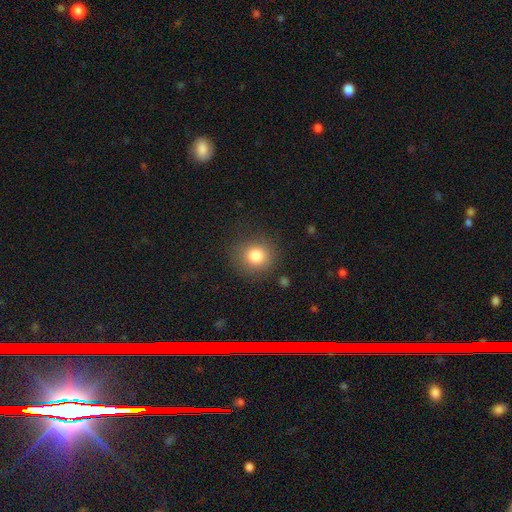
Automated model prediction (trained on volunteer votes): smooth-or-featured: smooth: 82% | star or artifact: 11% | featured or disk: 7%
  how-rounded: round: 89% | in between: 10% | cigar-shaped: 1%
  merging: none: 84% | minor disturbance: 10% | major disturbance: 4% | merger: 2%